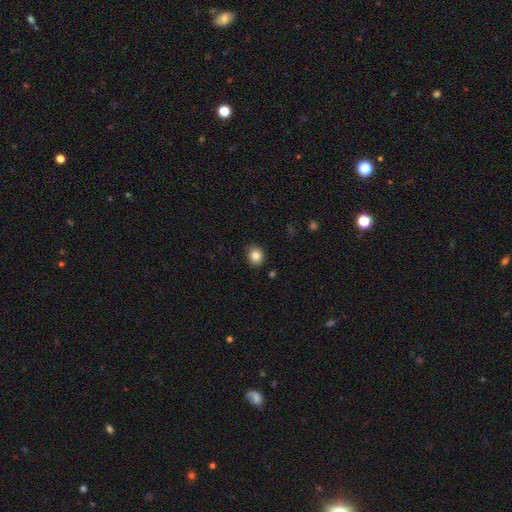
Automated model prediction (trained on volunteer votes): Morphology: type=smooth (84%); roundness=round (74%); merging=none (88%).